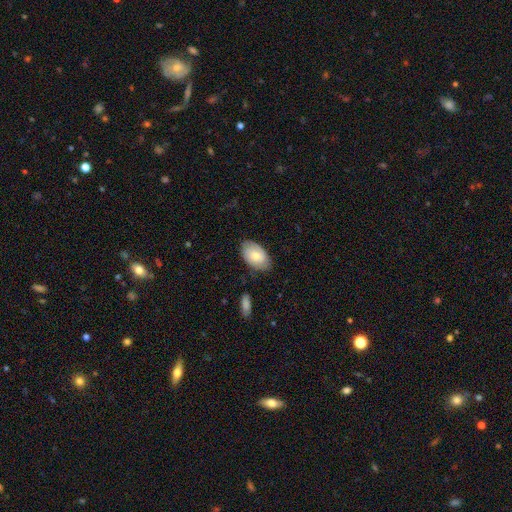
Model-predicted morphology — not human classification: Smooth or featured? smooth (66%)
How rounded? in between (91%)
Merging? none (76%)